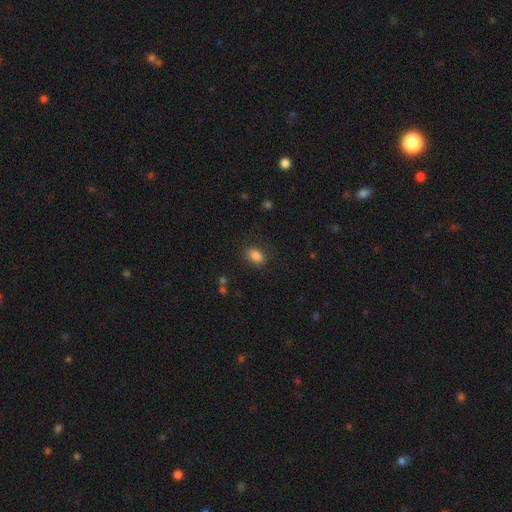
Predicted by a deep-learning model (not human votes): smooth-or-featured: smooth: 86% | star or artifact: 9% | featured or disk: 5%
  how-rounded: in between: 85% | round: 13% | cigar-shaped: 2%
  merging: none: 82% | minor disturbance: 12% | major disturbance: 4% | merger: 1%